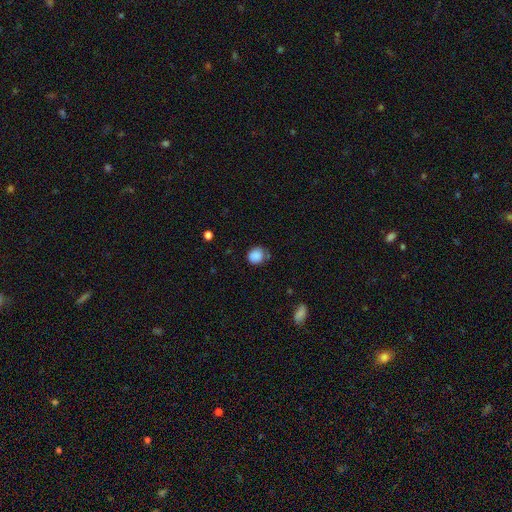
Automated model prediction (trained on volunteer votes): A smooth galaxy with no disk features (86%) that is round (79%). Merging: none (62%).